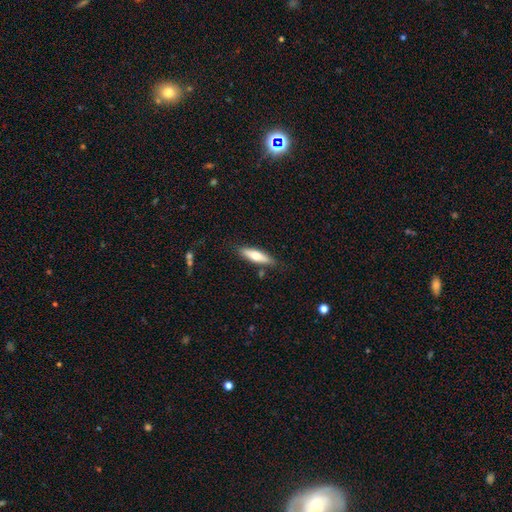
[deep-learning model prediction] The model was most divided on "how rounded": cigar-shaped: 64%, in between: 34%, round: 2%. More confident: merging — none (82%); smooth or featured — smooth (62%).